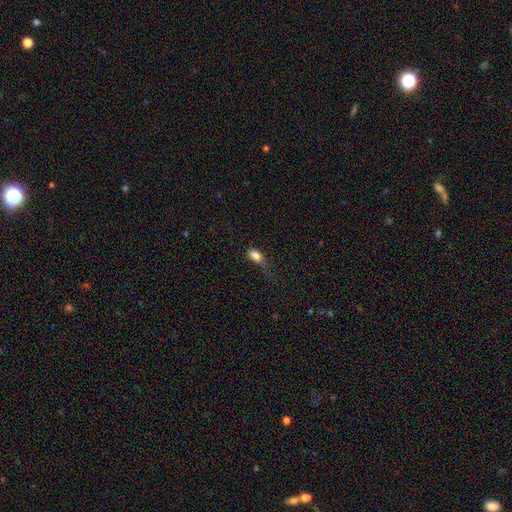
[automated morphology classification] Overall: smooth (82%). How rounded: in between (83%). Merging: none (33%; minor disturbance 32%).